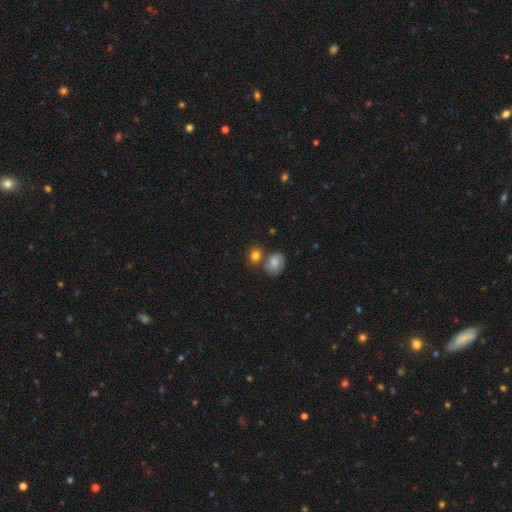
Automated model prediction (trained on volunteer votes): Smooth or featured?
  - smooth: 79% *
  - featured or disk: 11%
  - star or artifact: 10%
How rounded?
  - round: 51% *
  - in between: 48%
  - cigar-shaped: 1%
Merging?
  - none: 55% *
  - merger: 29%
  - minor disturbance: 13%
  - major disturbance: 4%